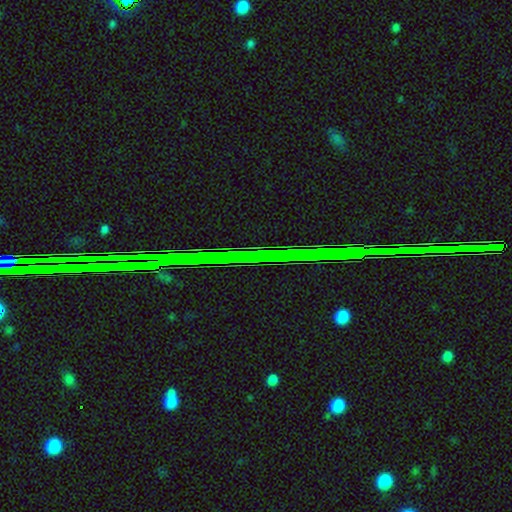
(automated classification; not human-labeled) smooth-or-featured: star or artifact: 81% | featured or disk: 12% | smooth: 7%